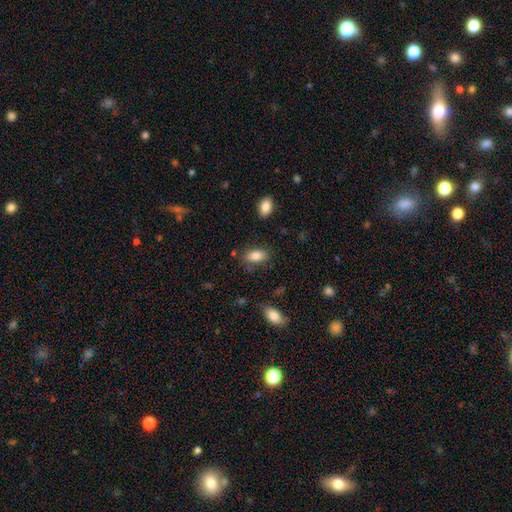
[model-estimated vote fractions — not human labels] smooth 85%, featured or disk 8%, star or artifact 7%. Down the decision tree: how rounded — in between (91%); merging — none (79%).